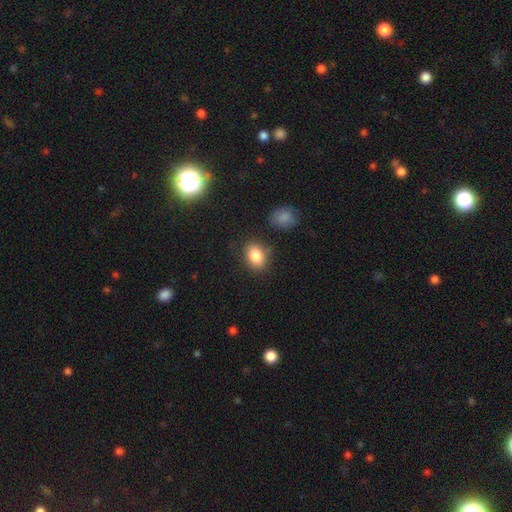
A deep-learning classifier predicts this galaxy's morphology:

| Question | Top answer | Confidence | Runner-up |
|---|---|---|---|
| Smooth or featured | smooth | 85% | star or artifact (9%) |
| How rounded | in between | 68% | round (31%) |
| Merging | none | 80% | minor disturbance (13%) |